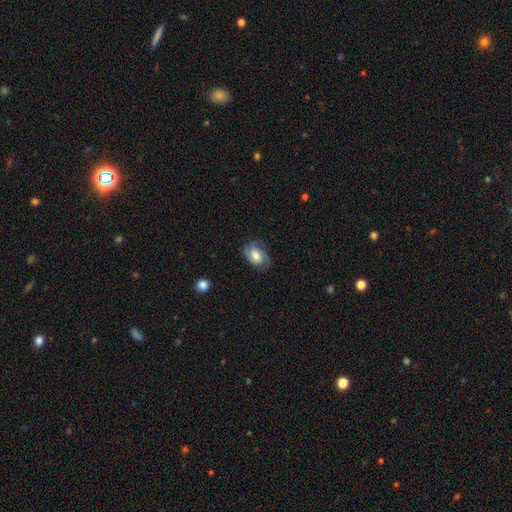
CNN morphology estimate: The model was most divided on "smooth or featured": featured or disk: 48%, smooth: 44%, star or artifact: 8%. More confident: merging — none (67%).